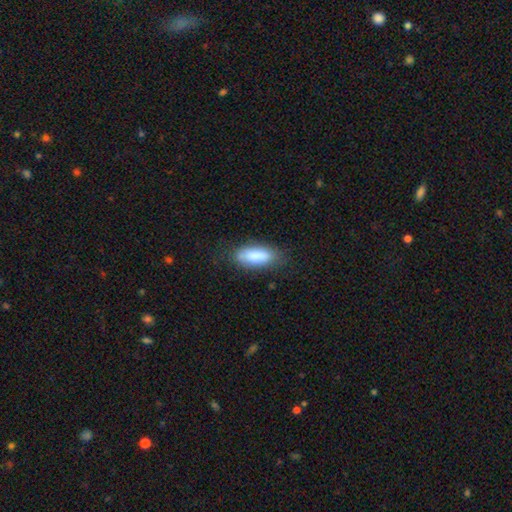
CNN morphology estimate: smooth 84%, featured or disk 9%, star or artifact 6%. Down the decision tree: how rounded — in between (77%); merging — none (75%).